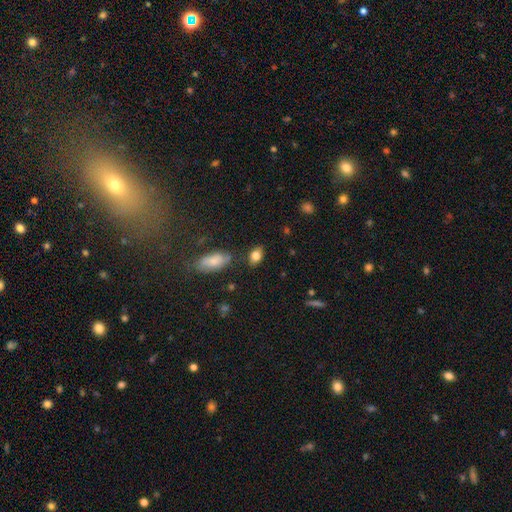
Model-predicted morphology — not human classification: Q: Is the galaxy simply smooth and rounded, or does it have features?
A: smooth — 82%.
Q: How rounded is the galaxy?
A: in between — 82%.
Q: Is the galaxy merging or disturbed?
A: none — 75%.